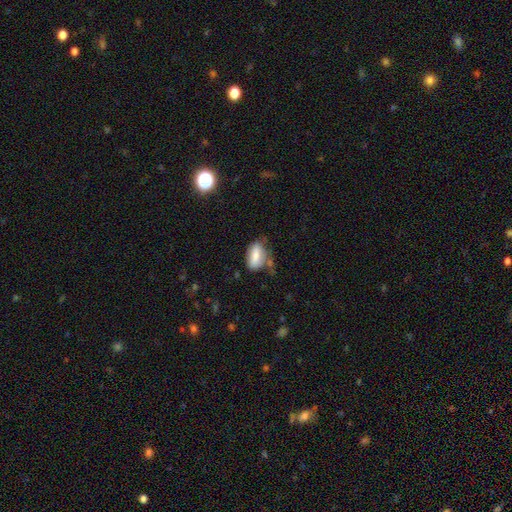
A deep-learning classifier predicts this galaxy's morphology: type=smooth (77%); roundness=in between (90%); merging=none (52%).